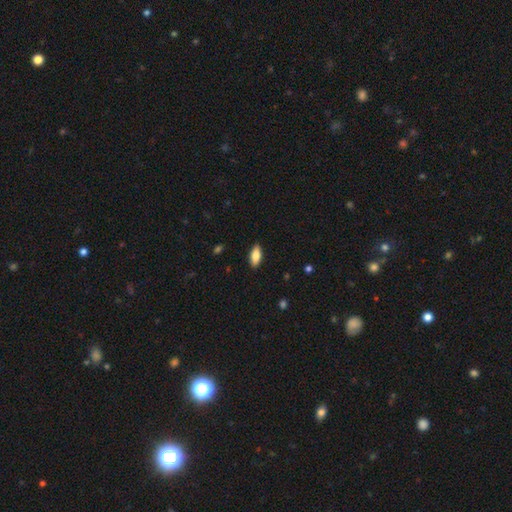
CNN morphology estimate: Q: Smooth or featured?
A: smooth (78%); runner-up: featured or disk (15%)
Q: How rounded?
A: in between (80%); runner-up: cigar-shaped (18%)
Q: Merging?
A: none (89%); runner-up: minor disturbance (9%)